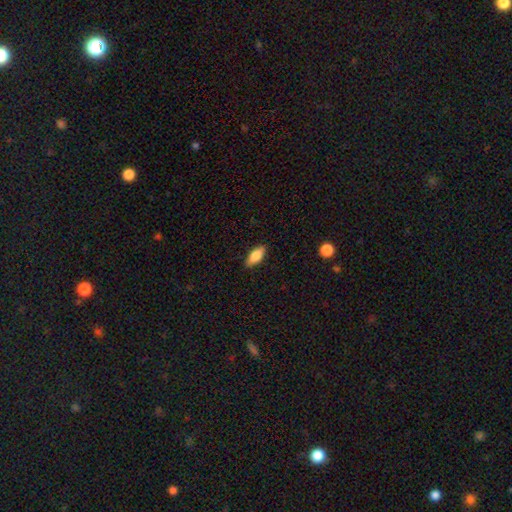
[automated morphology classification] smooth_or_featured: smooth (p=0.79) [alt: featured or disk p=0.14]
how_rounded: in between (p=0.82) [alt: cigar-shaped p=0.15]
merging: none (p=0.86) [alt: minor disturbance p=0.11]